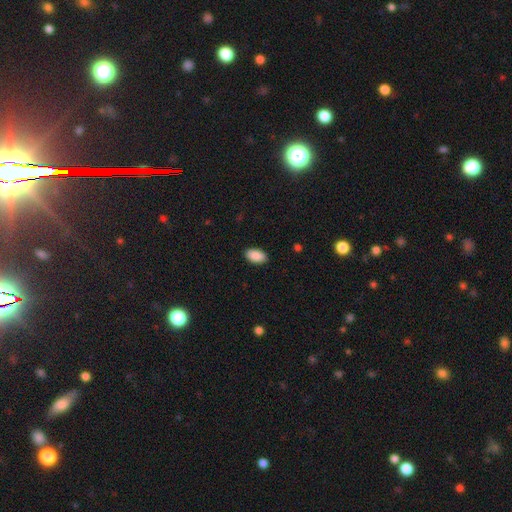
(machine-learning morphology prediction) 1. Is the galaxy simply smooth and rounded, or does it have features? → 90% smooth, 7% star or artifact, 3% featured or disk.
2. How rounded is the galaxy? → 95% in between, 3% round, 2% cigar-shaped.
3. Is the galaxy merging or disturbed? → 90% none, 7% minor disturbance, 2% major disturbance, 1% merger.